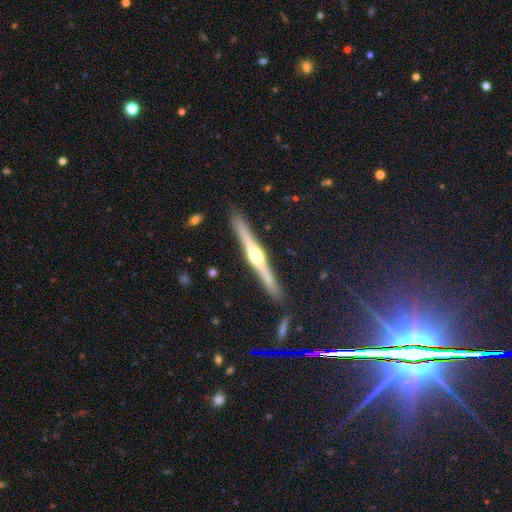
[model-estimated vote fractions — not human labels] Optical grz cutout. It shows a featured or disk galaxy (76%) viewed edge-on (98%) with a rounded central bulge (92%). Merging: none (89%).